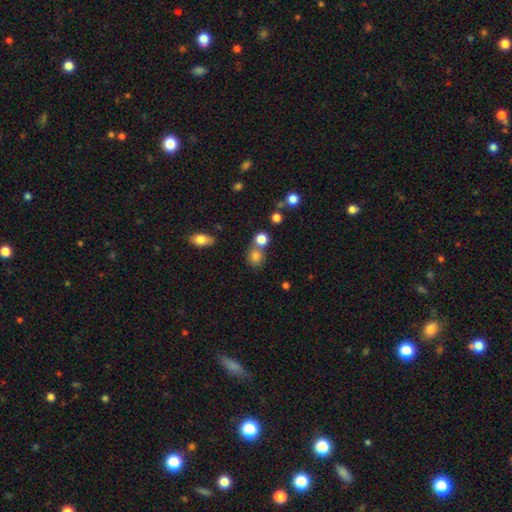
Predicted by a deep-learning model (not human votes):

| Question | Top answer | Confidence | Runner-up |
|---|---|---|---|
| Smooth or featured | smooth | 78% | star or artifact (15%) |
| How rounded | round | 79% | in between (20%) |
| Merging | none | 60% | merger (26%) |